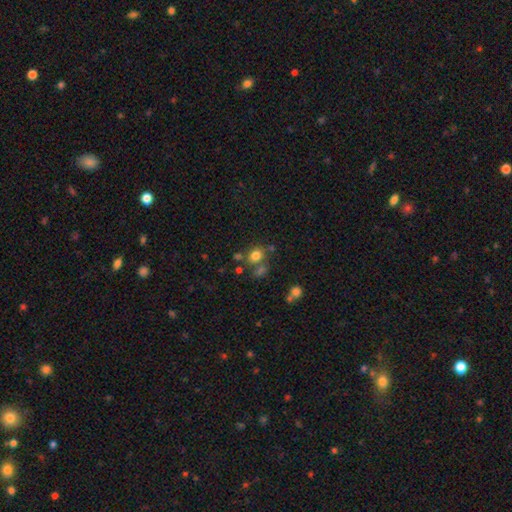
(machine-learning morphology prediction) smooth-or-featured: smooth: 77% | star or artifact: 14% | featured or disk: 9%
  how-rounded: round: 52% | in between: 47% | cigar-shaped: 1%
  merging: none: 59% | merger: 20% | minor disturbance: 14% | major disturbance: 7%